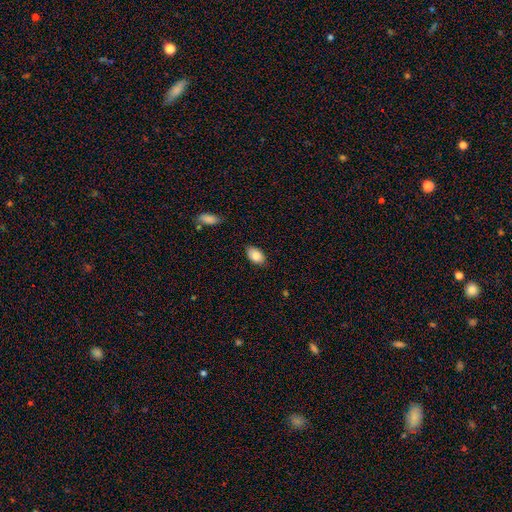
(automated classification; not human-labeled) Smooth or featured?
  - smooth: 84% *
  - featured or disk: 9%
  - star or artifact: 7%
How rounded?
  - in between: 92% *
  - round: 7%
  - cigar-shaped: 1%
Merging?
  - none: 82% *
  - minor disturbance: 14%
  - major disturbance: 2%
  - merger: 1%